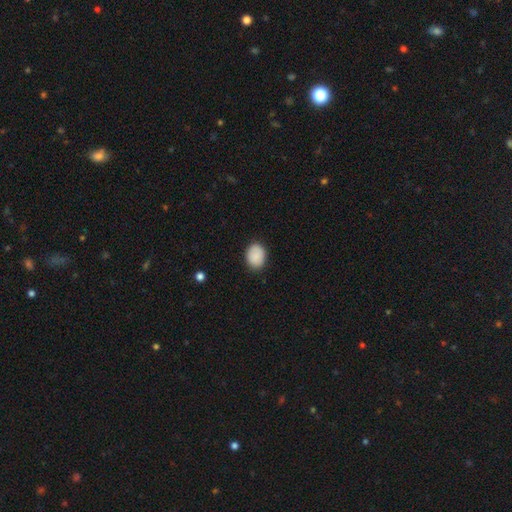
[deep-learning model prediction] smooth_or_featured: smooth (p=0.90) [alt: star or artifact p=0.07]
how_rounded: in between (p=0.56) [alt: round p=0.43]
merging: none (p=0.87) [alt: minor disturbance p=0.10]